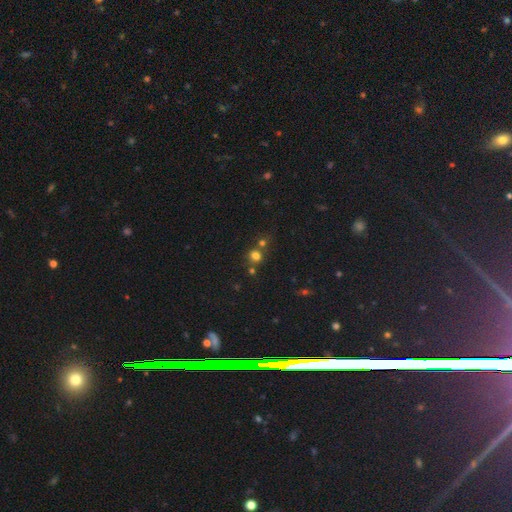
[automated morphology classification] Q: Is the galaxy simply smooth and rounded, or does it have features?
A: smooth — 70%.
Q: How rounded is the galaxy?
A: round — 86%.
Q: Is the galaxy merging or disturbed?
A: none — 62%.